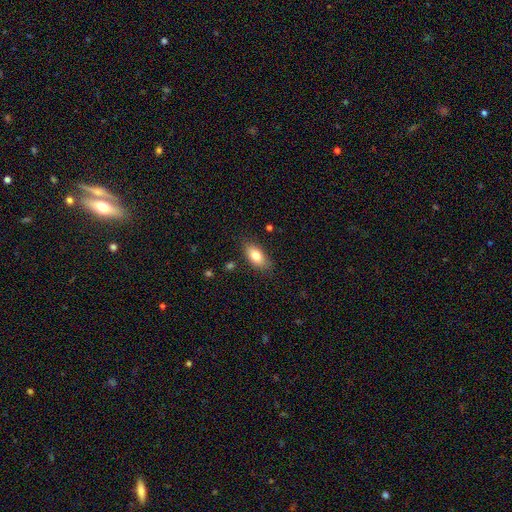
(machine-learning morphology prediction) This appears to be a smooth galaxy with no disk features (80%) that is in between round and cigar-shaped (89%). Merging: none (83%).